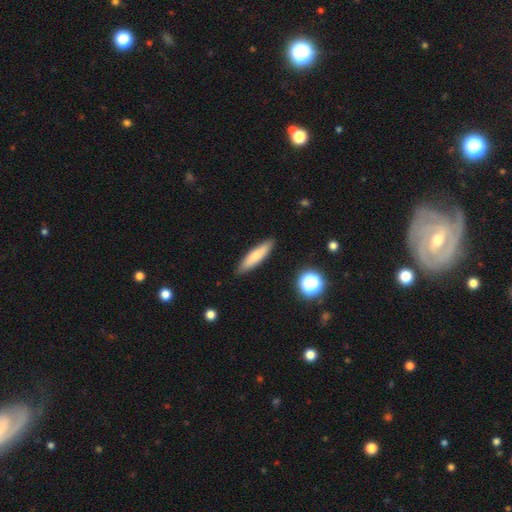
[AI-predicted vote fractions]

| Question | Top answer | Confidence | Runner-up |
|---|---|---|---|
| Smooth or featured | smooth | 72% | featured or disk (21%) |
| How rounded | cigar-shaped | 77% | in between (21%) |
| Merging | none | 88% | minor disturbance (9%) |